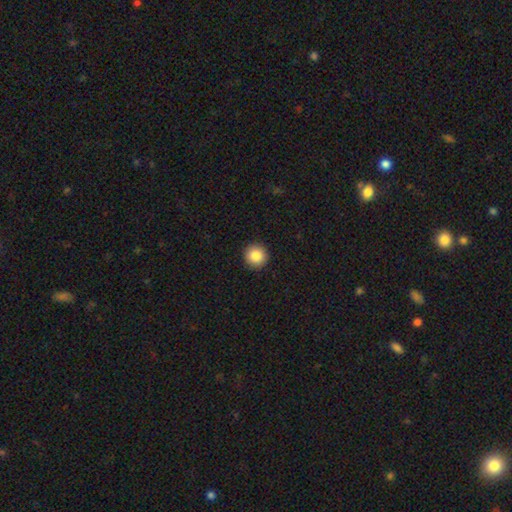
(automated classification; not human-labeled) Overall: smooth (86%). How rounded: round (96%). Merging: none (93%).